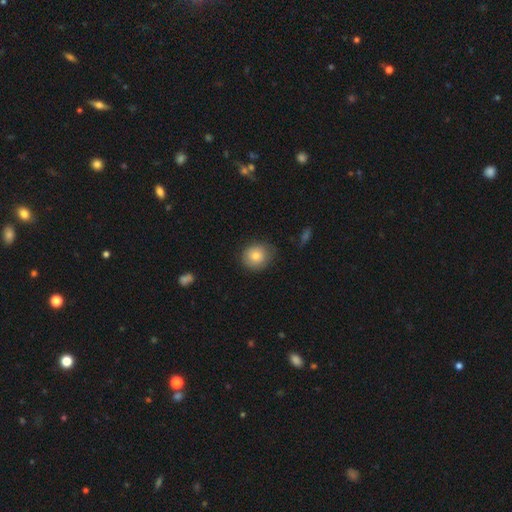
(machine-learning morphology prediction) Smooth or featured? smooth (80%)
How rounded? round (79%)
Merging? none (78%)